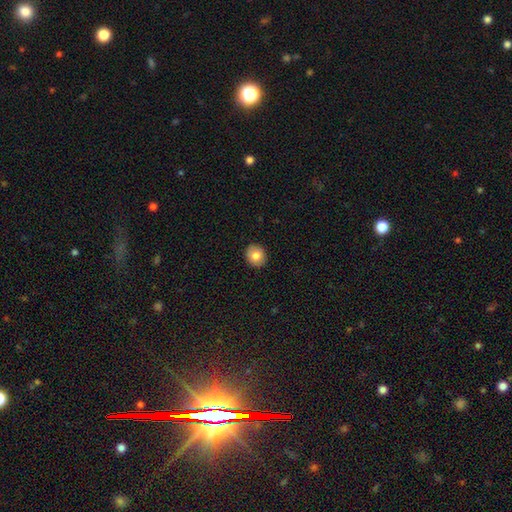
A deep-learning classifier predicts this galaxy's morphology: This is clearly a smooth galaxy (81%). How rounded: likely round (75%). Merging: clearly none (91%).